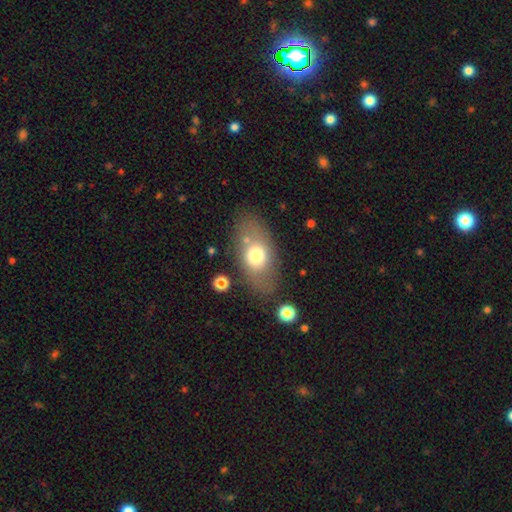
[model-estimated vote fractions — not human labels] Smooth or featured? Predicted: smooth (p=0.68). How rounded? Predicted: in between (p=0.82). Merging? Predicted: none (p=0.72).